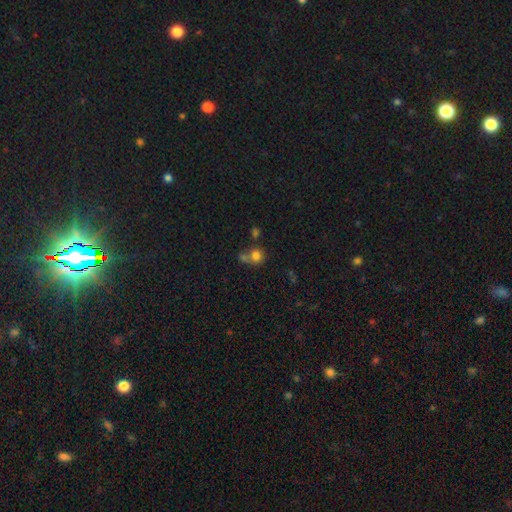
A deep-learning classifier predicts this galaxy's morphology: This is likely a smooth galaxy (76%). How rounded: clearly round (82%). Merging: possibly none (45%).